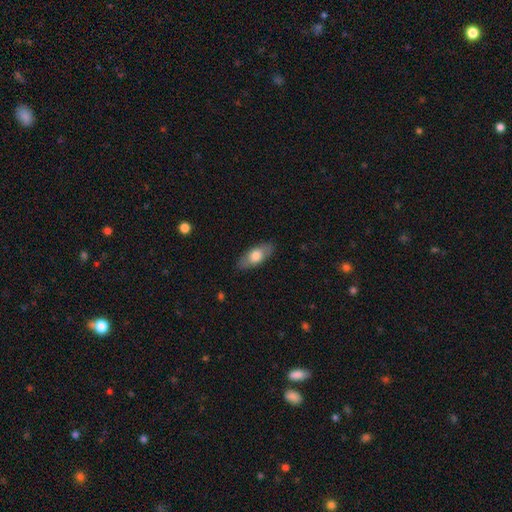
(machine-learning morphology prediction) Q: Smooth or featured?
A: smooth (69%); runner-up: featured or disk (25%)
Q: How rounded?
A: in between (83%); runner-up: cigar-shaped (14%)
Q: Merging?
A: none (86%); runner-up: minor disturbance (11%)